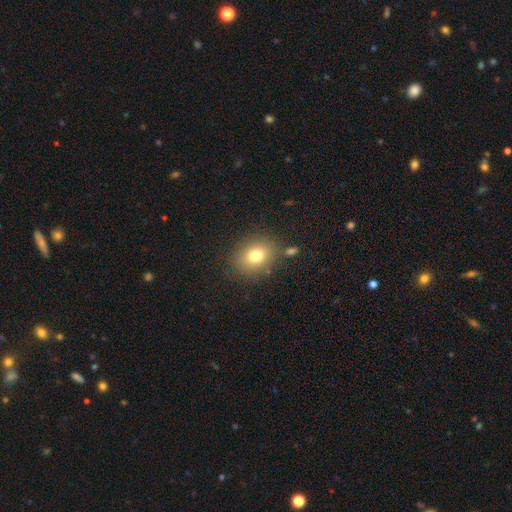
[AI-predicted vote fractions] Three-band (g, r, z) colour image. It shows a smooth galaxy with no disk features (77%) that is in between round and cigar-shaped (54%). Merging: none (80%).